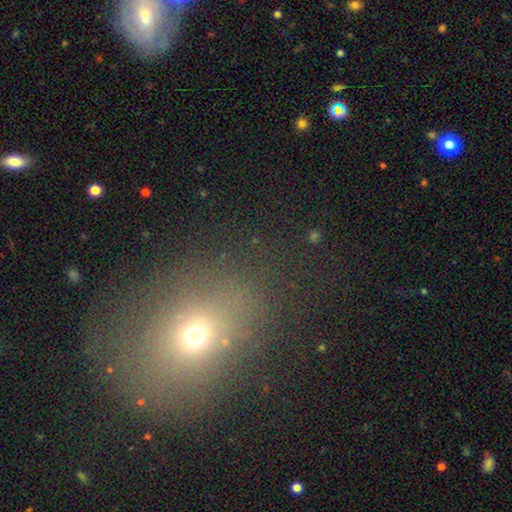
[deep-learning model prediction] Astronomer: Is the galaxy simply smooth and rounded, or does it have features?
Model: smooth — 55%.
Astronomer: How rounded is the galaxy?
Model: in between — 50% (runner-up: round, 48%).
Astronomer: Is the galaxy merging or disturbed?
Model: none — 68%.